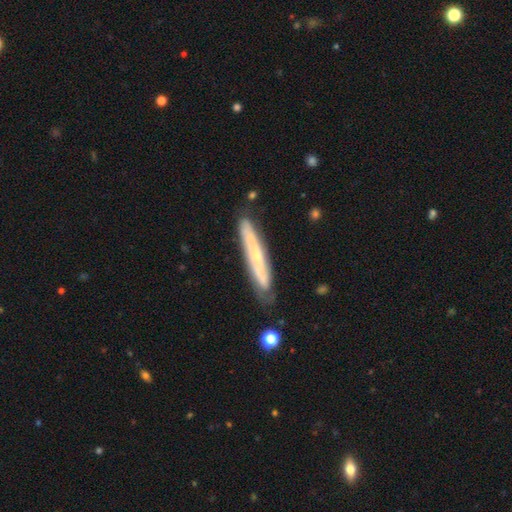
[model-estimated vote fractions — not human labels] Overall: featured or disk (61%; smooth 33%). Edge-on disk: yes (61%; no 39%). Merging: none (76%).